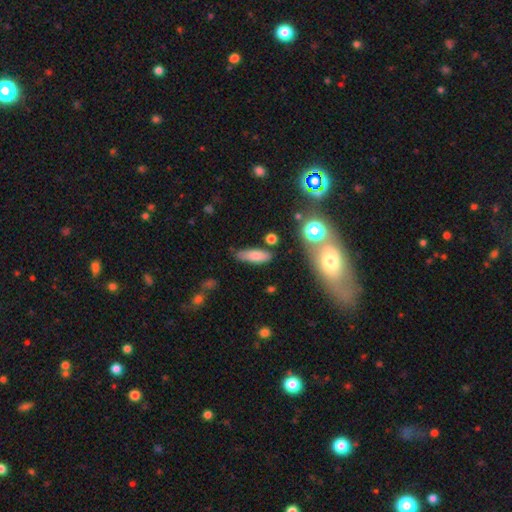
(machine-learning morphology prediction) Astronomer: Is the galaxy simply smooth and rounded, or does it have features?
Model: smooth — 76%.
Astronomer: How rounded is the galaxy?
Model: in between — 54% (runner-up: cigar-shaped, 42%).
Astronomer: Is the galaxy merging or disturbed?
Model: none — 75%.